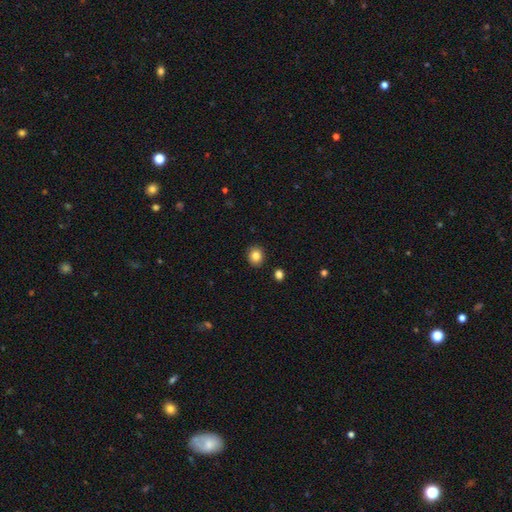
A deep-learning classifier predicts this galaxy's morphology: smooth 84%, star or artifact 10%, featured or disk 6%. Down the decision tree: how rounded — round (81%); merging — none (90%).